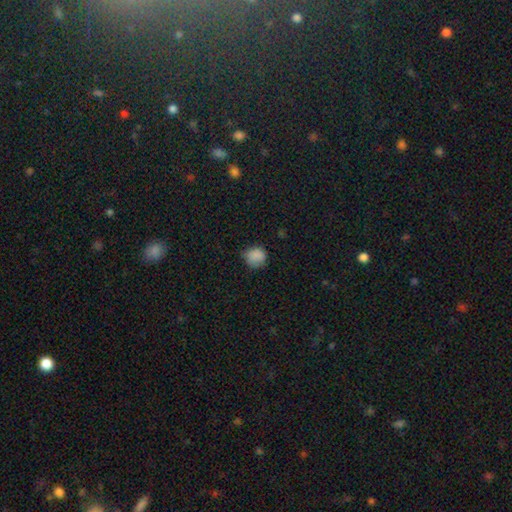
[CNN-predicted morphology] A smooth galaxy with no disk features (85%) that is round (79%).

Vote fractions:
- Smooth or featured? smooth: 85% / star or artifact: 10% / featured or disk: 5%
- How rounded? round: 79% / in between: 20% / cigar-shaped: 1%
- Merging? none: 64% / minor disturbance: 29% / major disturbance: 6% / merger: 1%